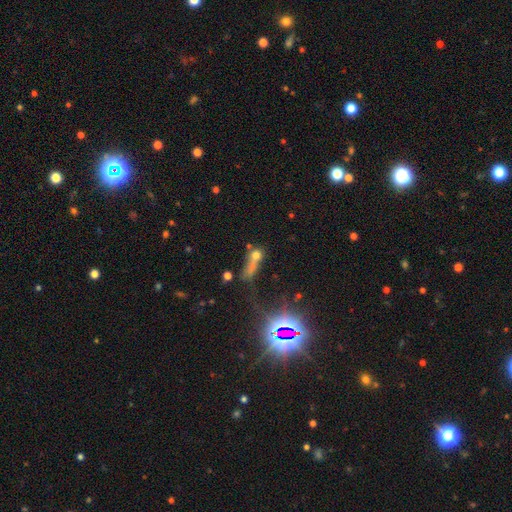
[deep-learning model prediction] smooth-or-featured: star or artifact: 49% | smooth: 30% | featured or disk: 20%